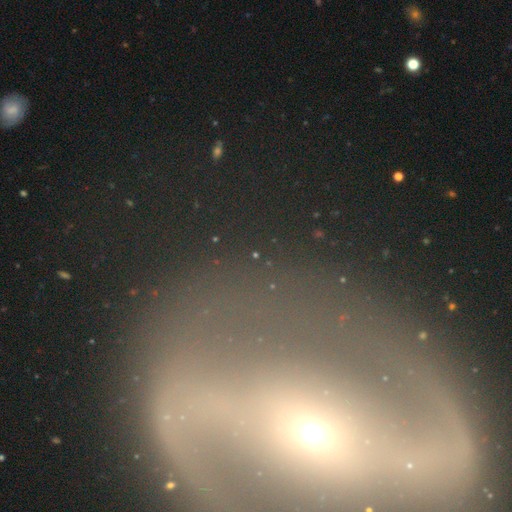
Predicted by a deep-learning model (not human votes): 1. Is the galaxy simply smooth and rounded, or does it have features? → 49% star or artifact, 27% featured or disk, 24% smooth.